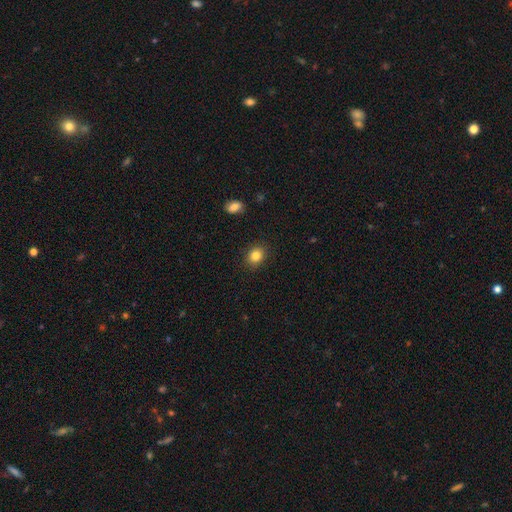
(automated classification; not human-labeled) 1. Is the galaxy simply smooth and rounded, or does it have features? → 84% smooth, 10% star or artifact, 5% featured or disk.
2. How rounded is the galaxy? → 61% round, 38% in between, 1% cigar-shaped.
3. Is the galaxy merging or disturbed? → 89% none, 8% minor disturbance, 2% major disturbance, 1% merger.